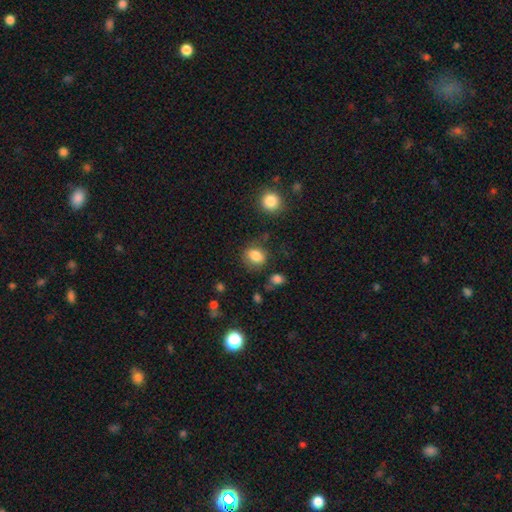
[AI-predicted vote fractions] This appears to be a smooth galaxy with no disk features (84%) that is in between round and cigar-shaped (54%). Merging: none (73%).